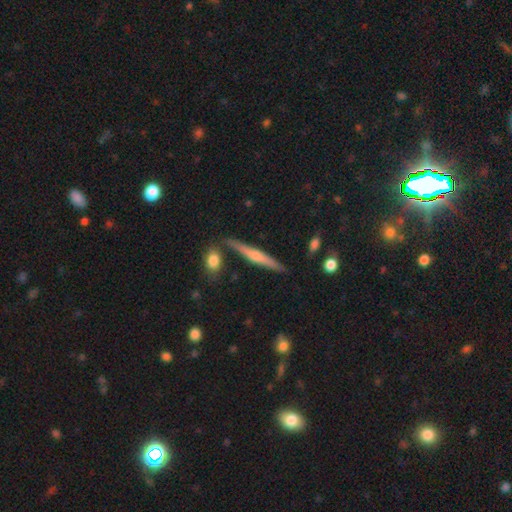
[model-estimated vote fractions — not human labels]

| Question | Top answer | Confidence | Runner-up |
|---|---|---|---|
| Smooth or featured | featured or disk | 63% | smooth (31%) |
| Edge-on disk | yes | 97% | no (3%) |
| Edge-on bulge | rounded | 75% | none (18%) |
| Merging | none | 85% | minor disturbance (9%) |